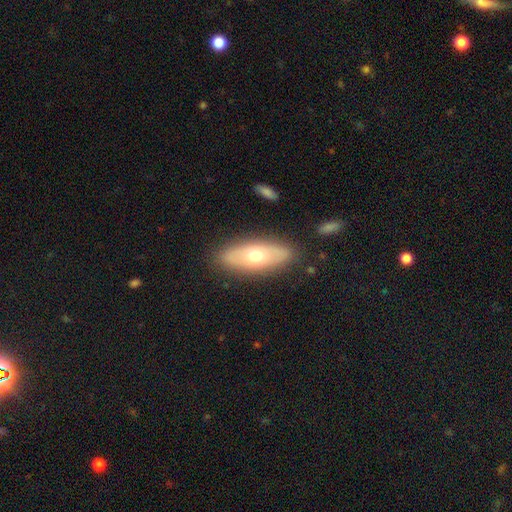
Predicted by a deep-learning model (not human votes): A smooth galaxy with no disk features (51%) that is in between round and cigar-shaped (74%).

Vote fractions:
- Smooth or featured? smooth: 51% / featured or disk: 42% / star or artifact: 6%
- How rounded? in between: 74% / cigar-shaped: 22% / round: 4%
- Merging? none: 85% / minor disturbance: 11% / major disturbance: 3% / merger: 2%